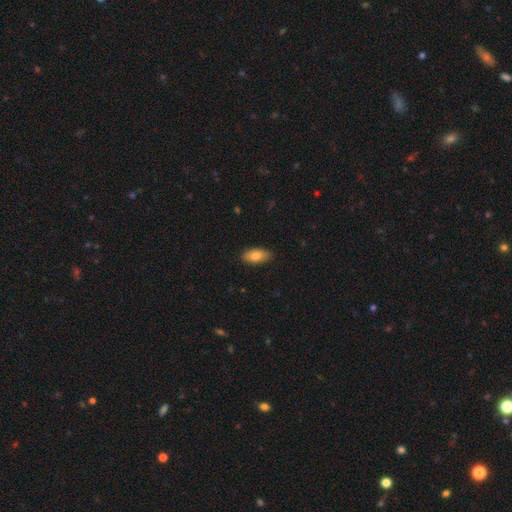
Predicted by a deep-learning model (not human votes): Smooth or featured? smooth (78%)
How rounded? in between (90%)
Merging? none (87%)